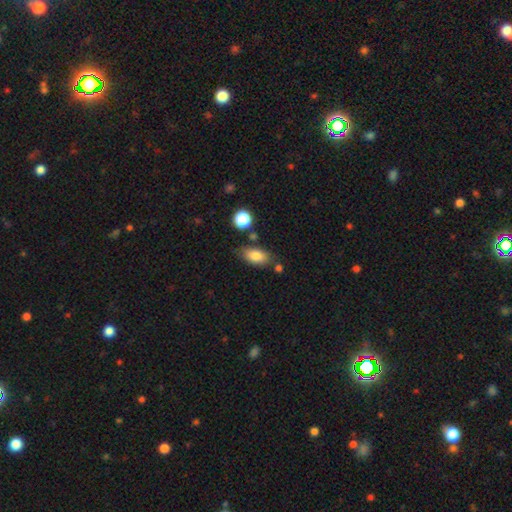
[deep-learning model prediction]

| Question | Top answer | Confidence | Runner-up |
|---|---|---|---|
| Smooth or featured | smooth | 82% | featured or disk (10%) |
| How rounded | in between | 88% | cigar-shaped (6%) |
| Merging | none | 73% | minor disturbance (16%) |